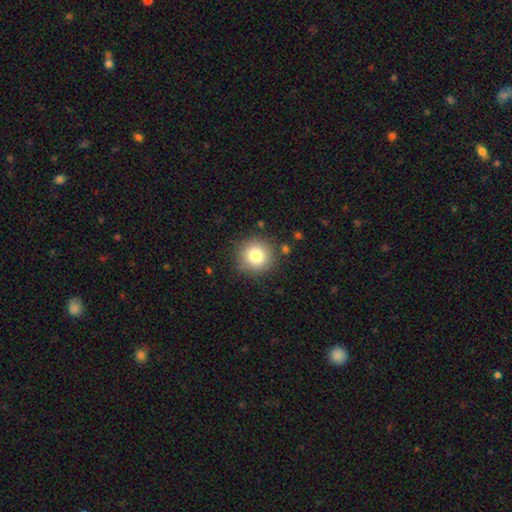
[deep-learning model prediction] Smooth or featured? Predicted: smooth (p=0.80). How rounded? Predicted: round (p=0.94). Merging? Predicted: none (p=0.87).